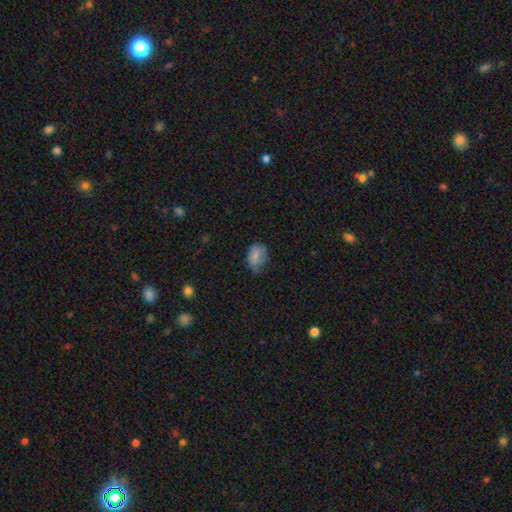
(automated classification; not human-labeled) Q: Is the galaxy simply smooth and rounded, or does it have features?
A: smooth — 76%.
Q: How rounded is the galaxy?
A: in between — 77%.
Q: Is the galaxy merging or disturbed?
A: none — 47%.